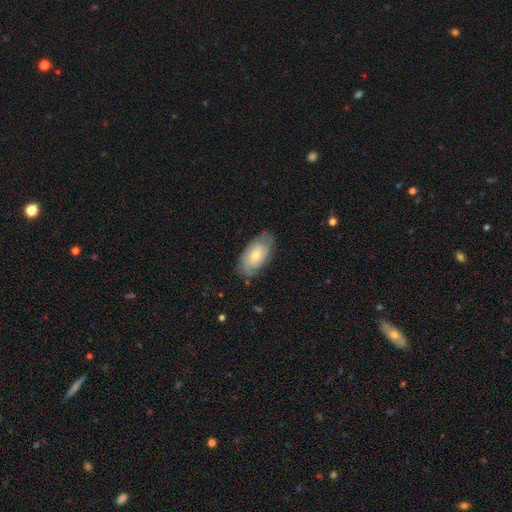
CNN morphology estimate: Overall: smooth (47%, tied with featured or disk). Merging: none (72%).